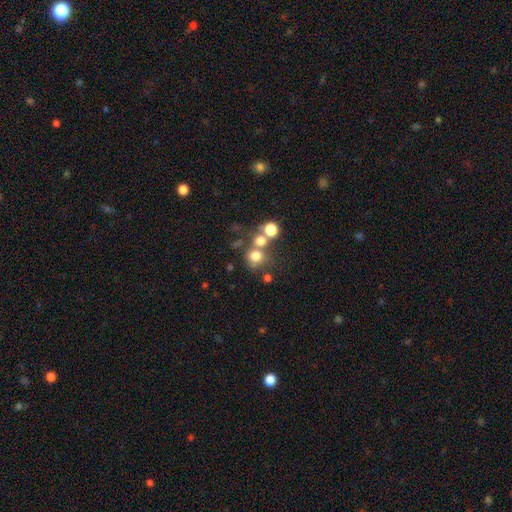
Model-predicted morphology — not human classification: A smooth galaxy with no disk features (69%) that is round (82%).

Vote fractions:
- Smooth or featured? smooth: 69% / star or artifact: 18% / featured or disk: 14%
- How rounded? round: 82% / in between: 17% / cigar-shaped: 1%
- Merging? none: 48% / merger: 36% / minor disturbance: 9% / major disturbance: 6%